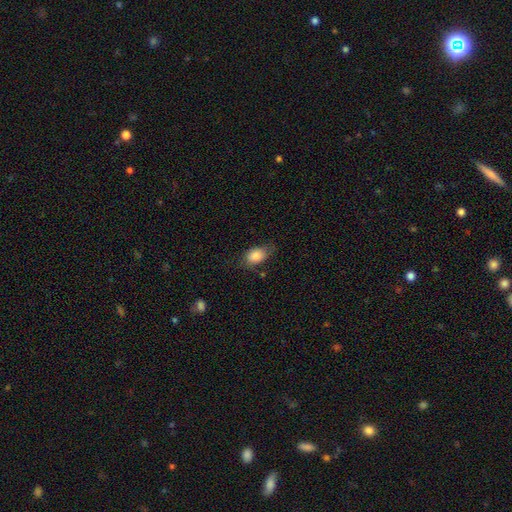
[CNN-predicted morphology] A smooth galaxy with no disk features (84%) that is in between round and cigar-shaped (84%). Merging: none (62%).